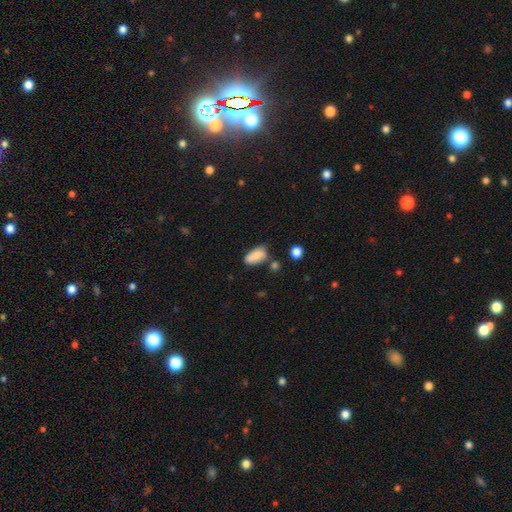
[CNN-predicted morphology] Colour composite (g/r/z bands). It shows a smooth galaxy with no disk features (84%) that is in between round and cigar-shaped (90%). Merging: none (60%).